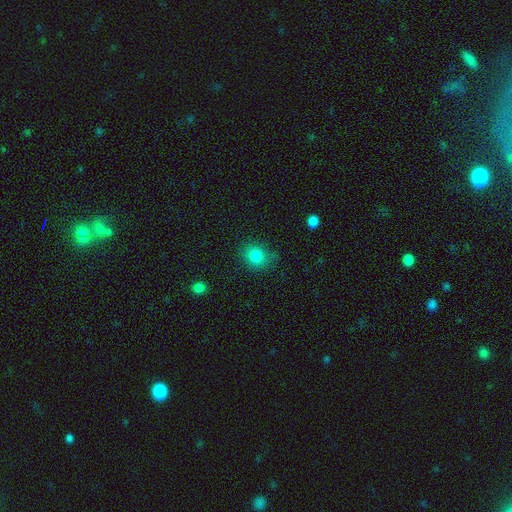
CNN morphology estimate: This appears to be a smooth galaxy with no disk features (82%) that is round (67%). Merging: none (78%).